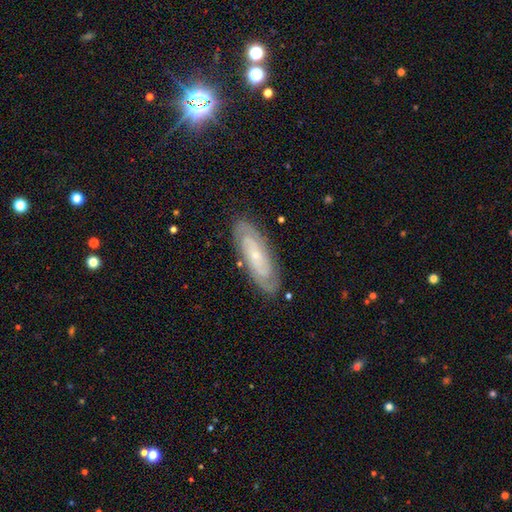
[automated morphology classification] This appears to be a featured or disk galaxy (83%) with no bar (64%), 2 (56%) tight (72%) spiral arms (96%) and a small central bulge (82%). Merging: none (84%).